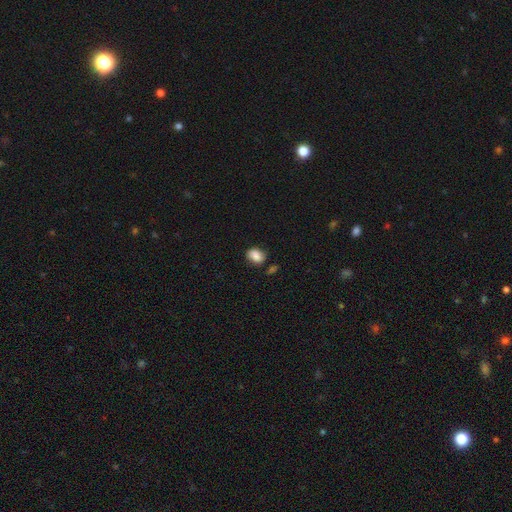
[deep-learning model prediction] This is clearly a smooth galaxy (84%). How rounded: likely in between (67%). Merging: likely none (74%).